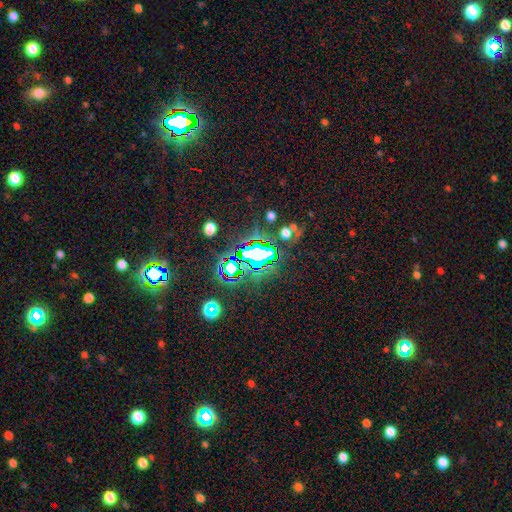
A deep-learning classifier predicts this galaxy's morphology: Smooth or featured?
  - star or artifact: 75% *
  - smooth: 14%
  - featured or disk: 10%